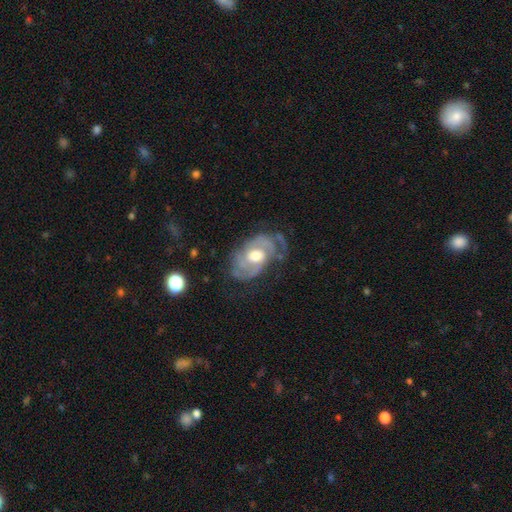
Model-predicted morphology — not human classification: Smooth or featured?
  - featured or disk: 85% *
  - smooth: 10%
  - star or artifact: 5%
Edge-on disk?
  - no: 96% *
  - yes: 4%
Bar?
  - no: 62% *
  - weak: 31%
  - strong: 7%
Spiral arms?
  - yes: 93% *
  - no: 7%
Spiral winding?
  - tight: 48% *
  - medium: 39%
  - loose: 12%
Spiral arm count?
  - 2: 51% *
  - can't tell: 20%
  - 3: 16%
  - 1: 5%
  - 4: 4%
  - more than 4: 3%
Bulge size?
  - moderate: 72% *
  - large: 16%
  - small: 10%
  - dominant: 1%
  - none: 1%
Merging?
  - none: 62% *
  - minor disturbance: 22%
  - major disturbance: 14%
  - merger: 2%